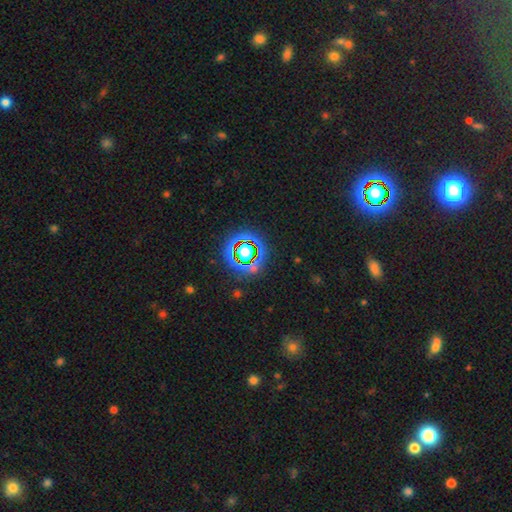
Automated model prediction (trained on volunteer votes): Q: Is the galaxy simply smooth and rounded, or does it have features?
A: star or artifact — 78%.